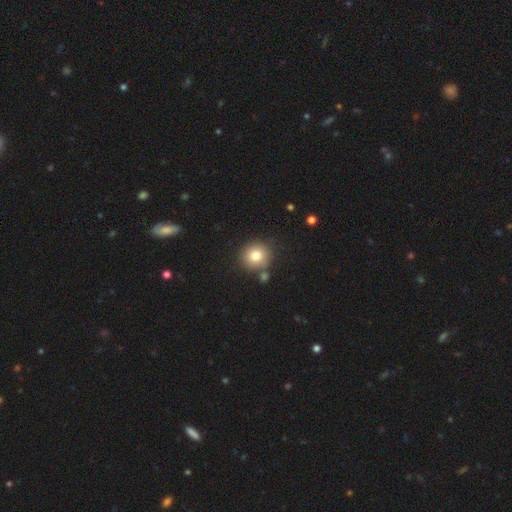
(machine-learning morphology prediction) smooth 80%, star or artifact 11%, featured or disk 9%. Down the decision tree: how rounded — round (86%); merging — none (76%).